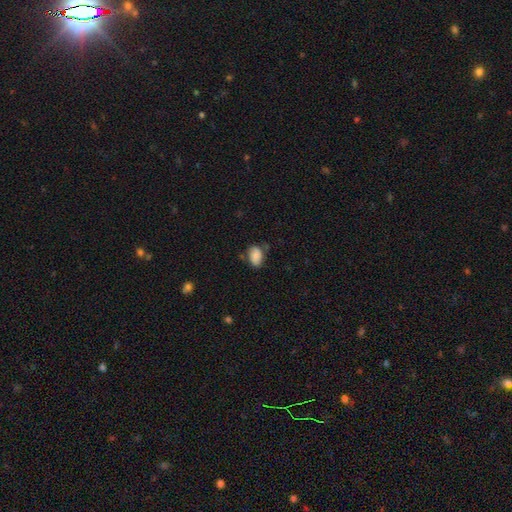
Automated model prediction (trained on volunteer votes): Smooth or featured?
  - smooth: 82% *
  - featured or disk: 10%
  - star or artifact: 8%
How rounded?
  - in between: 86% *
  - round: 13%
  - cigar-shaped: 1%
Merging?
  - none: 62% *
  - minor disturbance: 26%
  - major disturbance: 7%
  - merger: 5%